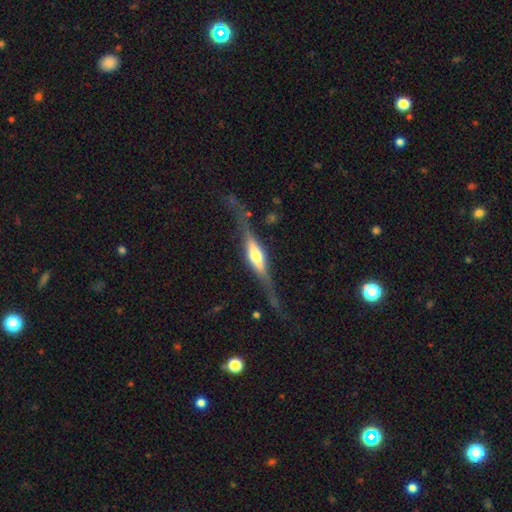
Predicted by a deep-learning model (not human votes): smooth_or_featured: featured or disk (p=0.80) [alt: smooth p=0.15]
disk_edge_on: yes (p=0.97) [alt: no p=0.03]
edge_on_bulge: rounded (p=0.85) [alt: boxy p=0.12]
merging: none (p=0.77) [alt: minor disturbance p=0.15]